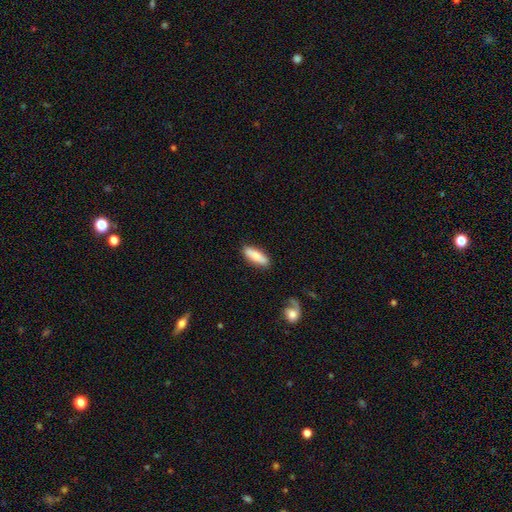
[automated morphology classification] type=smooth (77%); roundness=in between (55%); merging=none (85%).